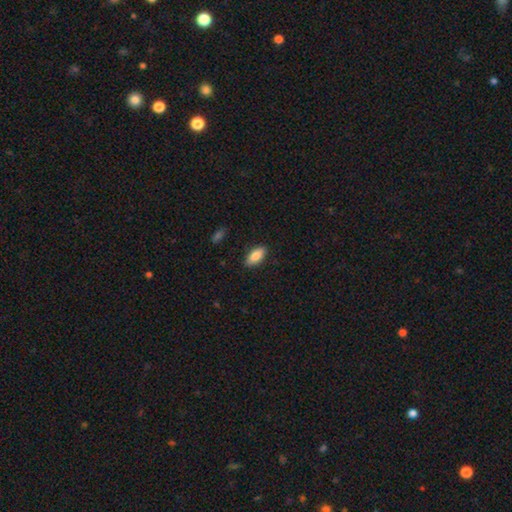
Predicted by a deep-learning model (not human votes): Smooth or featured: smooth — 83% (featured or disk — 11%)
How rounded: in between — 84% (cigar-shaped — 14%)
Merging: none — 87% (minor disturbance — 9%)